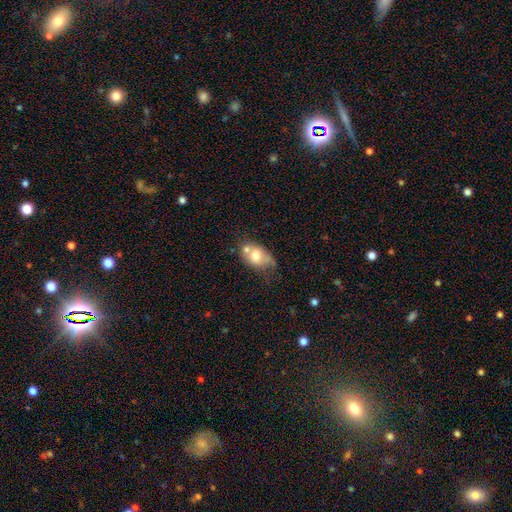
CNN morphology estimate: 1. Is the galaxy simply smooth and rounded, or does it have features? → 66% smooth, 27% featured or disk, 8% star or artifact.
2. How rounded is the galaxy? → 79% in between, 20% round, 2% cigar-shaped.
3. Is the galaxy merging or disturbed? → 36% none, 32% merger, 23% minor disturbance, 9% major disturbance.